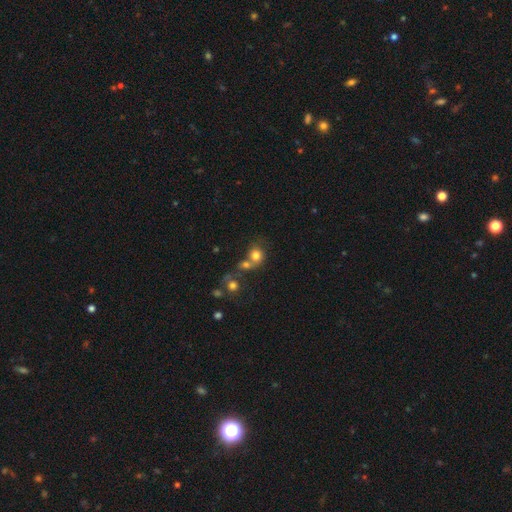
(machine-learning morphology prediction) type=smooth (77%); roundness=round (79%); merging=merger (47%).